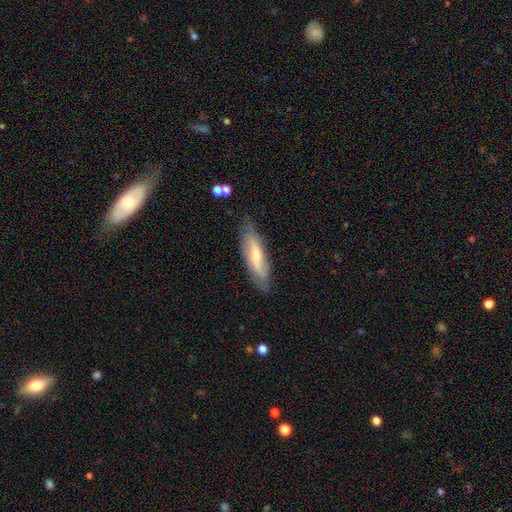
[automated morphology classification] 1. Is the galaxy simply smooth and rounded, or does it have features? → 51% featured or disk, 43% smooth, 7% star or artifact.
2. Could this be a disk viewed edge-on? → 68% no, 32% yes.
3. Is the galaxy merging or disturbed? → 74% none, 20% minor disturbance, 5% major disturbance, 2% merger.